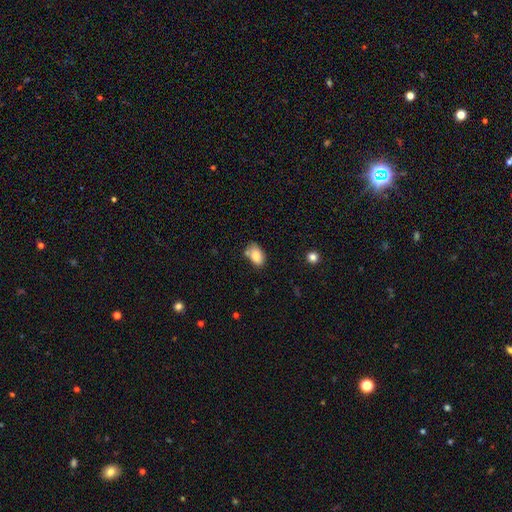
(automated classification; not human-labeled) This is clearly a smooth galaxy (81%). How rounded: clearly in between (89%). Merging: likely none (61%).